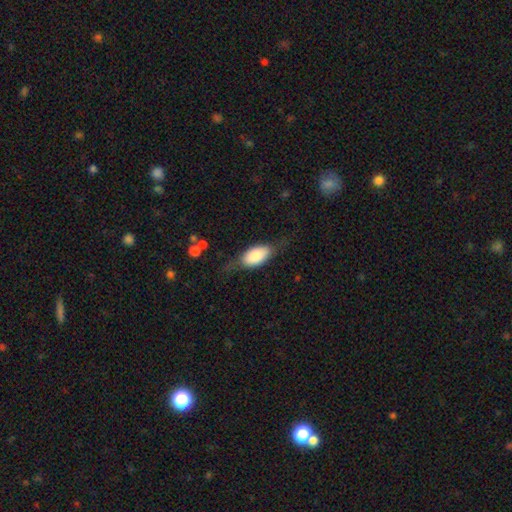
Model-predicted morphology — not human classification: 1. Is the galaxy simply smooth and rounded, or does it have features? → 75% smooth, 19% featured or disk, 6% star or artifact.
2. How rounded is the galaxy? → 88% in between, 8% cigar-shaped, 4% round.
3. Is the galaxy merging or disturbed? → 60% none, 25% minor disturbance, 13% major disturbance, 2% merger.